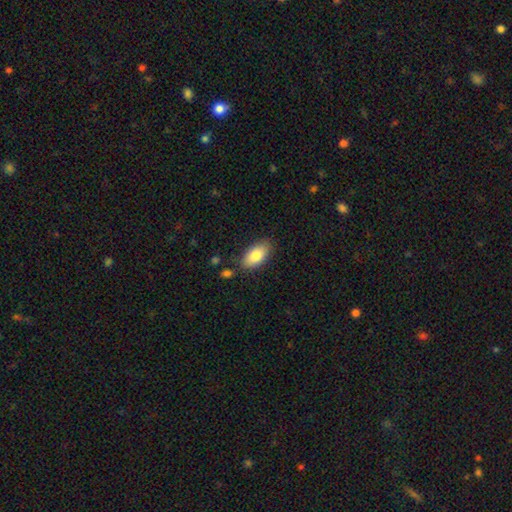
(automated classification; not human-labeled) The model was most divided on "merging": none: 80%, minor disturbance: 13%, merger: 4%, major disturbance: 3%. More confident: how rounded — in between (92%); smooth or featured — smooth (81%).